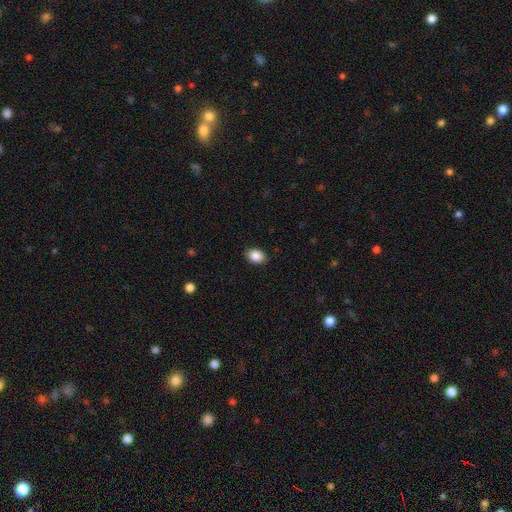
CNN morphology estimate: This appears to be a smooth galaxy with no disk features (87%) that is in between round and cigar-shaped (78%). Merging: none (88%).